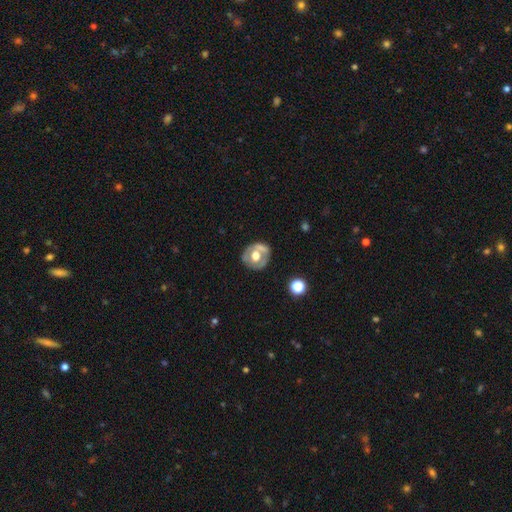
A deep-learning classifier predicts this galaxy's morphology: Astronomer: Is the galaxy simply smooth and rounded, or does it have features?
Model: featured or disk — 56% (runner-up: smooth, 37%).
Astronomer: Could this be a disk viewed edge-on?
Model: no — 95%.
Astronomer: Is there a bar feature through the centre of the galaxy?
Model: no — 76%.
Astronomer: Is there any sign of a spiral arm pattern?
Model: no — 75%.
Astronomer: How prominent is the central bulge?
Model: moderate — 57% (runner-up: large, 35%).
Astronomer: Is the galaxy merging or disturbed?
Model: none — 70%.